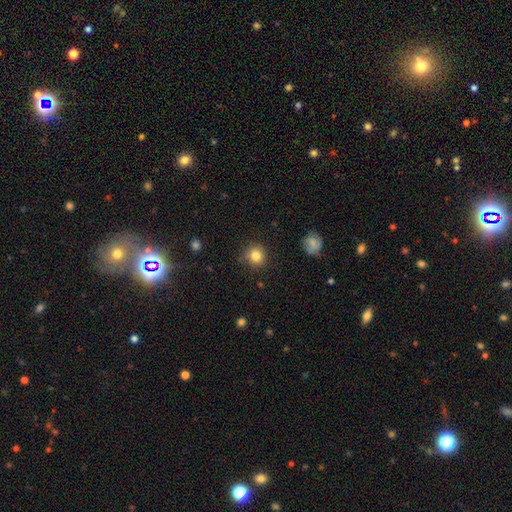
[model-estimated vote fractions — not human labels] Overall: smooth (83%). How rounded: round (91%). Merging: none (83%).